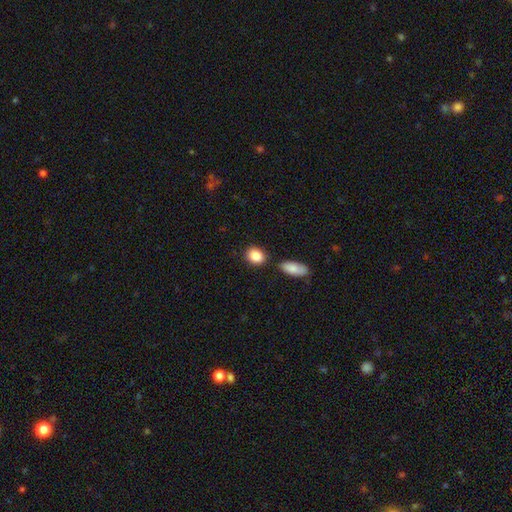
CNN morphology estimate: Smooth or featured: smooth — 87% (star or artifact — 8%)
How rounded: in between — 54% (round — 44%)
Merging: none — 76% (minor disturbance — 11%)